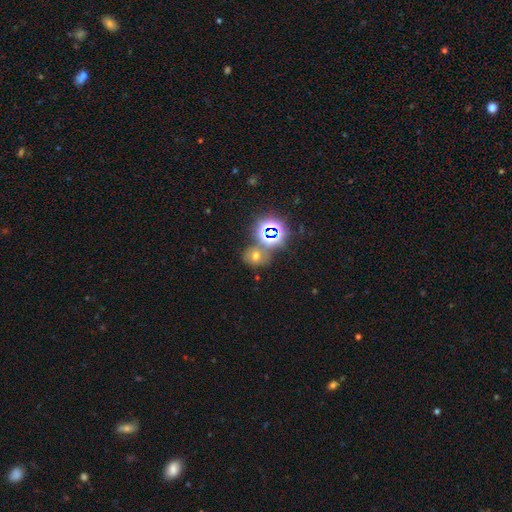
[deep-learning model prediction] Overall: smooth (52%; star or artifact 36%). How rounded: round (63%; in between 36%). Merging: none (64%).